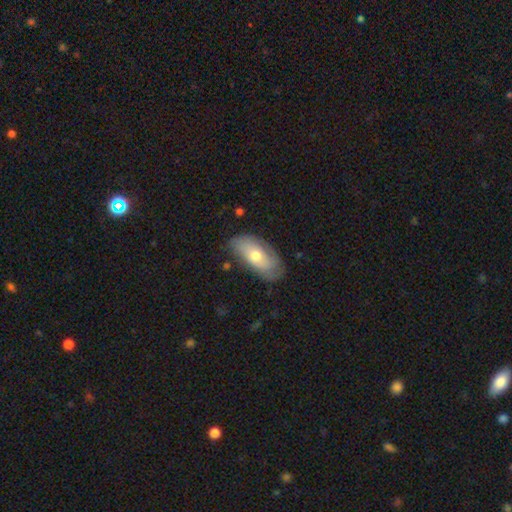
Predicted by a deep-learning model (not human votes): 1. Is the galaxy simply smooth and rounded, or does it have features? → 60% smooth, 34% featured or disk, 6% star or artifact.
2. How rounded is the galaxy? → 88% in between, 8% cigar-shaped, 3% round.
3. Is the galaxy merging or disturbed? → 72% none, 22% minor disturbance, 5% major disturbance, 2% merger.